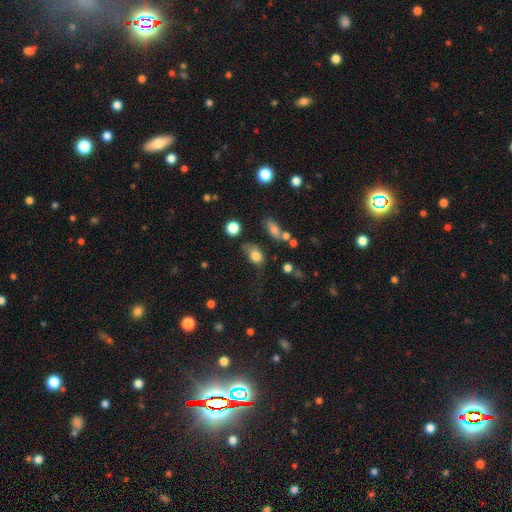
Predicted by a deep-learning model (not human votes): This appears to be a smooth galaxy with no disk features (79%) that is in between round and cigar-shaped (69%). Merging: none (40%).